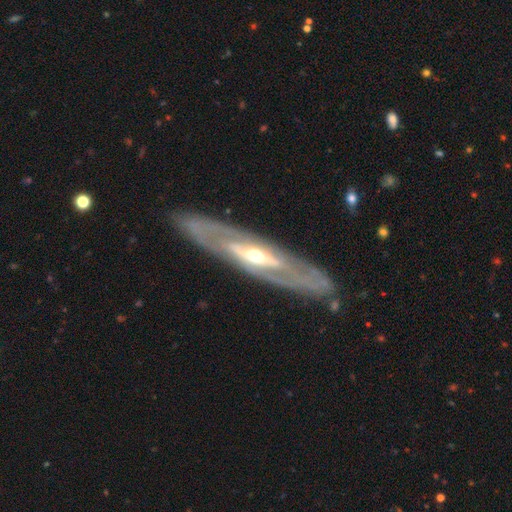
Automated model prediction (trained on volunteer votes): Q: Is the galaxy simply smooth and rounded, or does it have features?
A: featured or disk — 82%.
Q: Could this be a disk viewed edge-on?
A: no — 67%.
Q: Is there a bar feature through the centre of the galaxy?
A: no — 49%.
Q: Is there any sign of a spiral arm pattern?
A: yes — 58%.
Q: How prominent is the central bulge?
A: moderate — 63%.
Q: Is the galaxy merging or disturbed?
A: none — 84%.